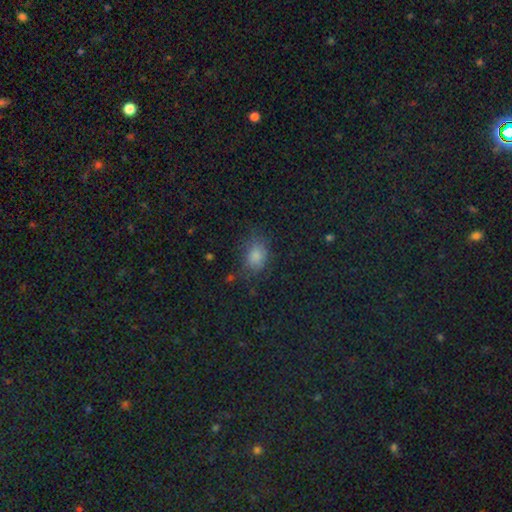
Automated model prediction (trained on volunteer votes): Morphology: type=smooth (72%); roundness=in between (72%); merging=none (71%).